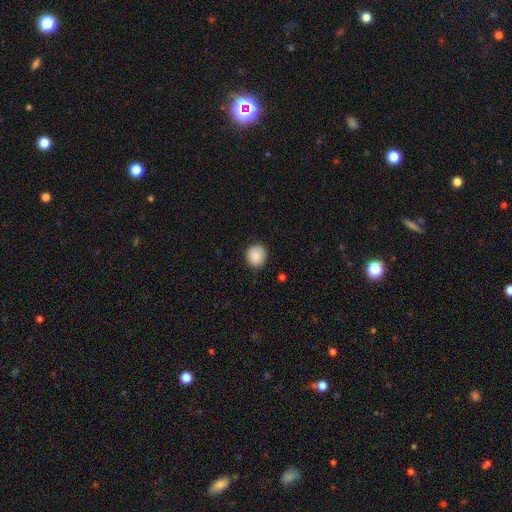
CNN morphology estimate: smooth 88%, star or artifact 8%, featured or disk 4%. Down the decision tree: how rounded — round (78%); merging — none (84%).